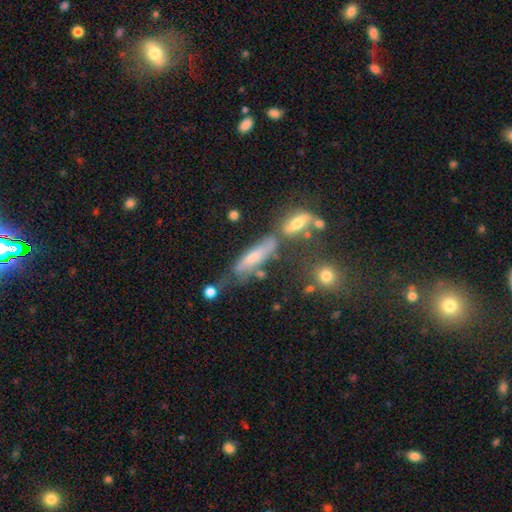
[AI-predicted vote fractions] Overall: featured or disk (45%; smooth 42%). Merging: none (42%; merger 24%).